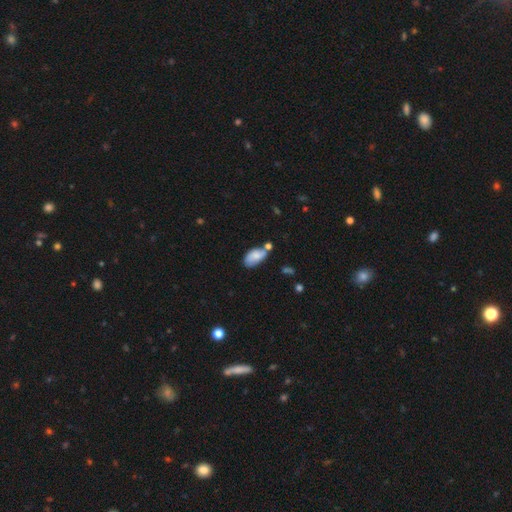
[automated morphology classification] type=smooth (72%); roundness=in between (93%); merging=none (51%).